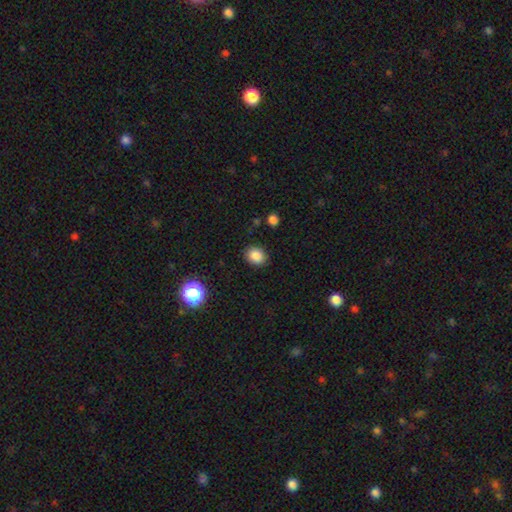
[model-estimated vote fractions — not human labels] Smooth or featured? smooth (85%)
How rounded? round (53%)
Merging? none (87%)